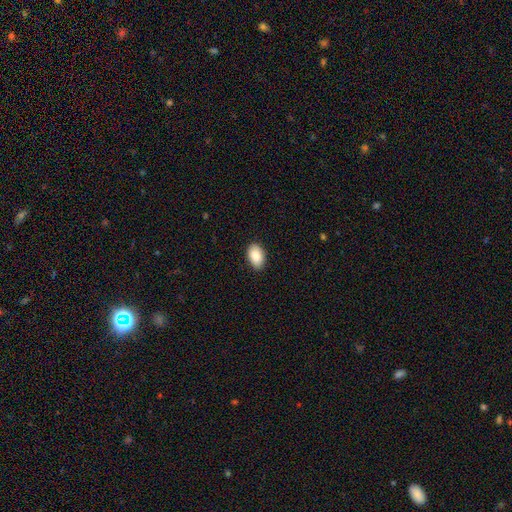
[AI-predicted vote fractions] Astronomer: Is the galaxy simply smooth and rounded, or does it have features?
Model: smooth — 89%.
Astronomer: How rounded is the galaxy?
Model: in between — 91%.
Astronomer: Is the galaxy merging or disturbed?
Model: none — 88%.